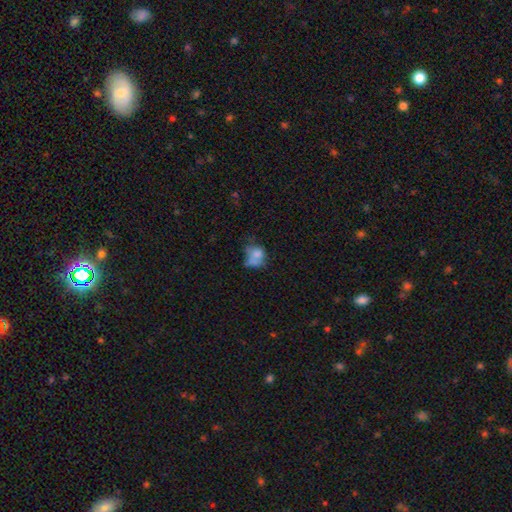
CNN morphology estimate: A smooth galaxy with no disk features (66%) that is in between round and cigar-shaped (52%).

Vote fractions:
- Smooth or featured? smooth: 66% / featured or disk: 22% / star or artifact: 12%
- How rounded? in between: 52% / round: 47% / cigar-shaped: 1%
- Merging? none: 29% / minor disturbance: 25% / major disturbance: 24% / merger: 21%